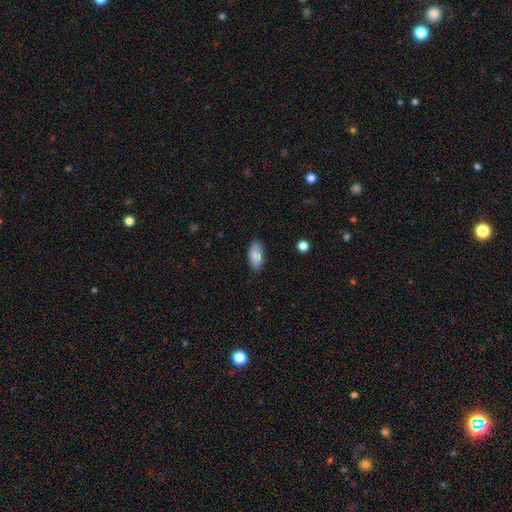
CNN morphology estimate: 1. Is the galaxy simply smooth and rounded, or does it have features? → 86% smooth, 7% featured or disk, 6% star or artifact.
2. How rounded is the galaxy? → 91% in between, 7% cigar-shaped, 2% round.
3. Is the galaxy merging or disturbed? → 85% none, 12% minor disturbance, 2% major disturbance, 1% merger.